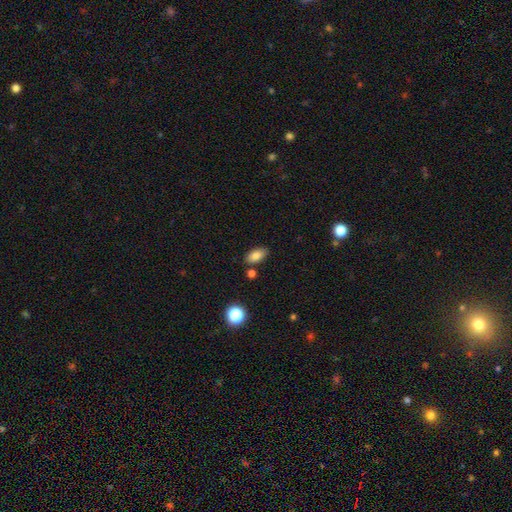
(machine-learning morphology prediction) Smooth or featured? Predicted: smooth (p=0.83). How rounded? Predicted: in between (p=0.90). Merging? Predicted: none (p=0.79).